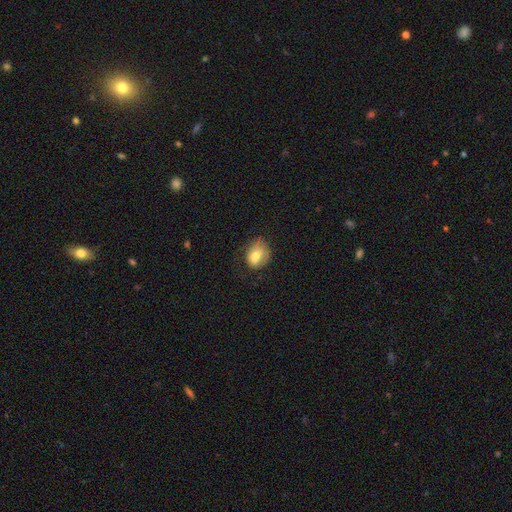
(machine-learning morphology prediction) Smooth or featured: smooth — 70% (featured or disk — 21%)
How rounded: round — 54% (in between — 45%)
Merging: none — 59% (minor disturbance — 27%)